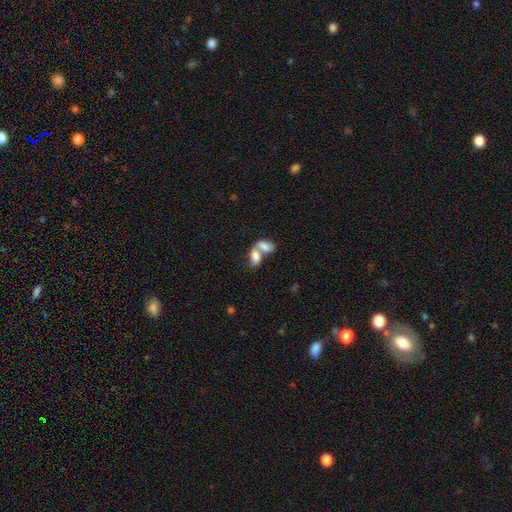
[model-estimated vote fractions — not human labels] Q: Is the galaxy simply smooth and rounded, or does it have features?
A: smooth — 78%.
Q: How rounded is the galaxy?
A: in between — 90%.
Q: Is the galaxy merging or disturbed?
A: merger — 75%.